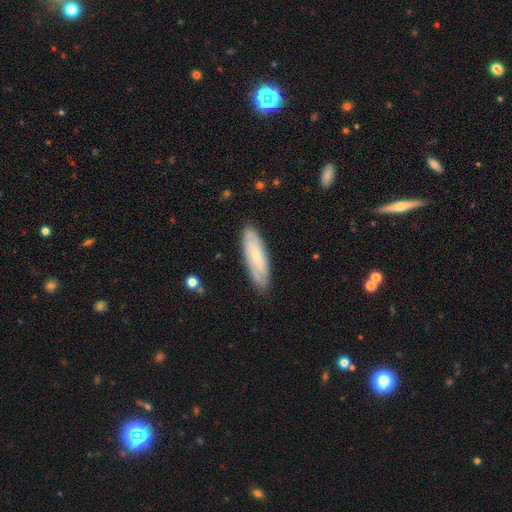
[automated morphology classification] smooth-or-featured: featured or disk: 55% | smooth: 38% | star or artifact: 6%
  disk-edge-on: no: 74% | yes: 26%
  merging: none: 84% | minor disturbance: 12% | major disturbance: 2% | merger: 1%